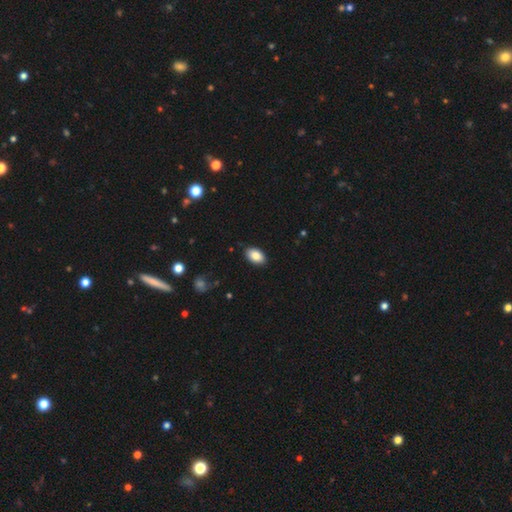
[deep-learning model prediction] This is clearly a smooth galaxy (87%). How rounded: clearly in between (93%). Merging: clearly none (88%).